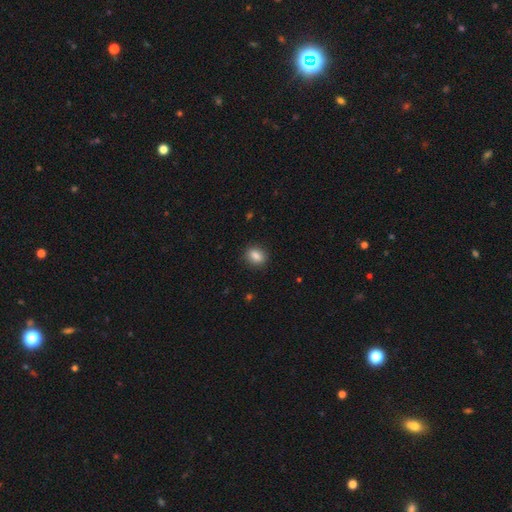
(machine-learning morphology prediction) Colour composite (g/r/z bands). It shows a smooth galaxy with no disk features (86%) that is in between round and cigar-shaped (64%). Merging: none (87%).